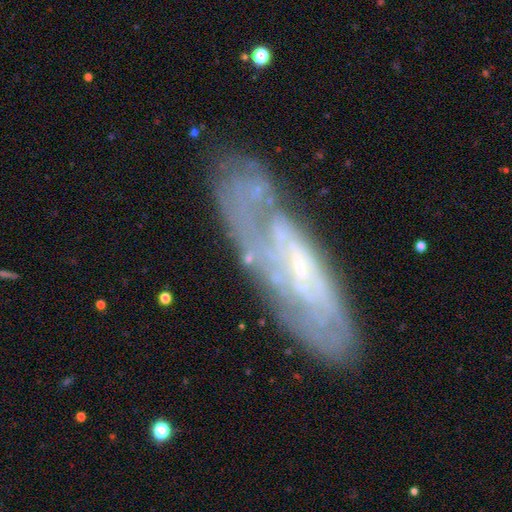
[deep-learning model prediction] A featured or disk galaxy (72%) with no bar (54%), spiral arms (74%) and a small central bulge (71%). Merging: none (64%).